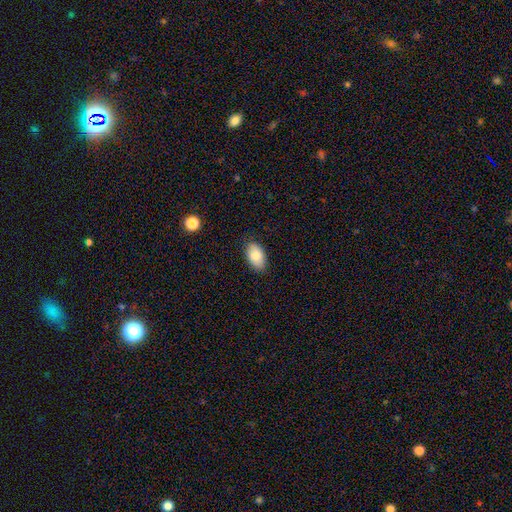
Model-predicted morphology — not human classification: This appears to be a smooth galaxy with no disk features (83%) that is in between round and cigar-shaped (93%). Merging: none (85%).